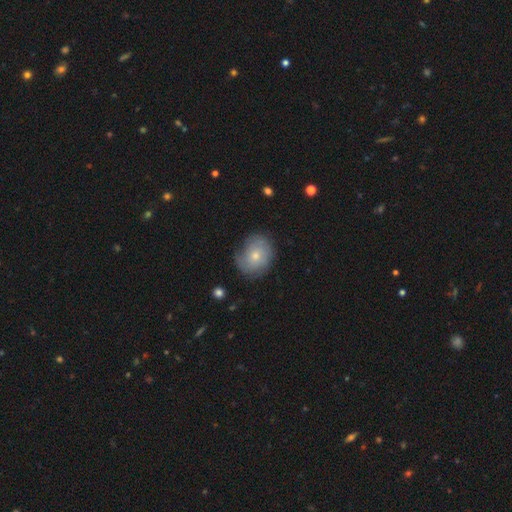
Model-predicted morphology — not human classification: smooth-or-featured: smooth: 54% | featured or disk: 38% | star or artifact: 8%
  how-rounded: round: 55% | in between: 44% | cigar-shaped: 1%
  merging: none: 69% | minor disturbance: 22% | major disturbance: 7% | merger: 1%